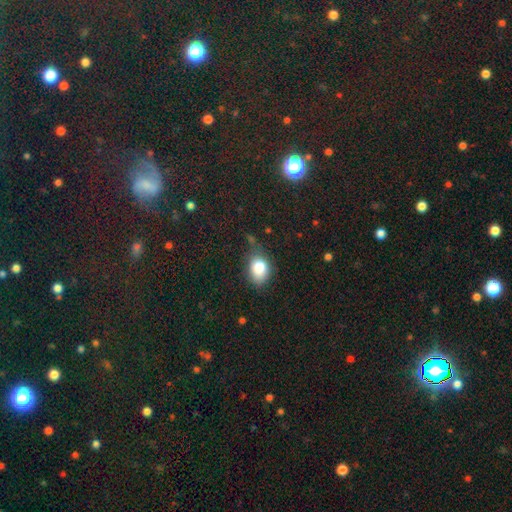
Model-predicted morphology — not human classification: A smooth galaxy with no disk features (78%) that is in between round and cigar-shaped (70%). Merging: none (65%).